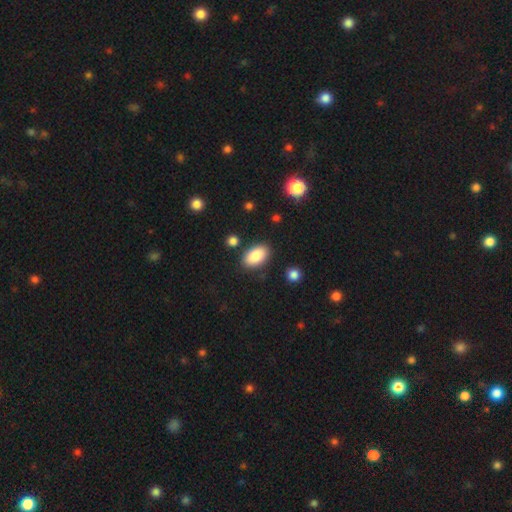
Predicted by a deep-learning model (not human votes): smooth 87%, star or artifact 7%, featured or disk 6%. Down the decision tree: how rounded — in between (93%); merging — none (83%).